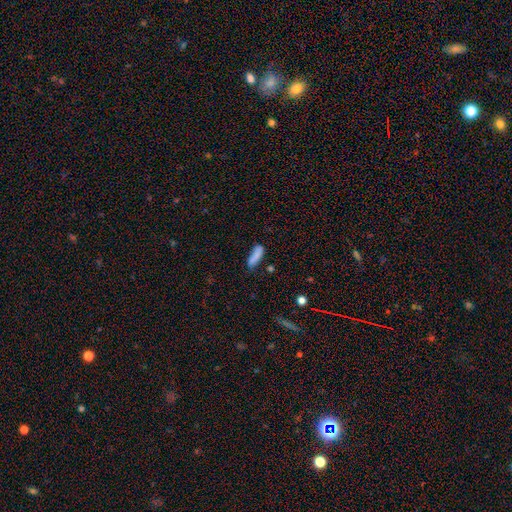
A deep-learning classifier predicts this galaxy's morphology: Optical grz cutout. It shows a smooth galaxy with no disk features (81%) that is in between round and cigar-shaped (50%). Merging: none (57%).